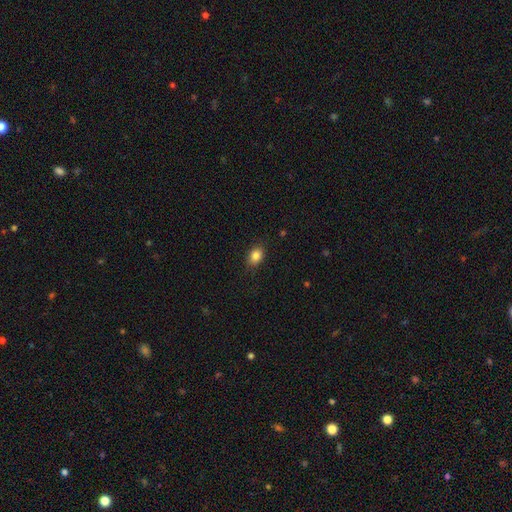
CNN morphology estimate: smooth-or-featured: smooth: 85% | star or artifact: 9% | featured or disk: 6%
  how-rounded: in between: 72% | round: 27% | cigar-shaped: 1%
  merging: none: 85% | minor disturbance: 11% | major disturbance: 3% | merger: 1%